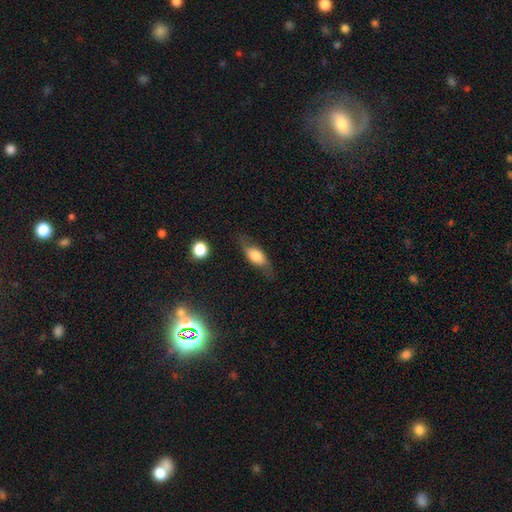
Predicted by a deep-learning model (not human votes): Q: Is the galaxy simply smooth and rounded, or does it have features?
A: smooth — 58%.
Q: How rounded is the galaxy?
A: in between — 74%.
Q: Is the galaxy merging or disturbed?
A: none — 67%.